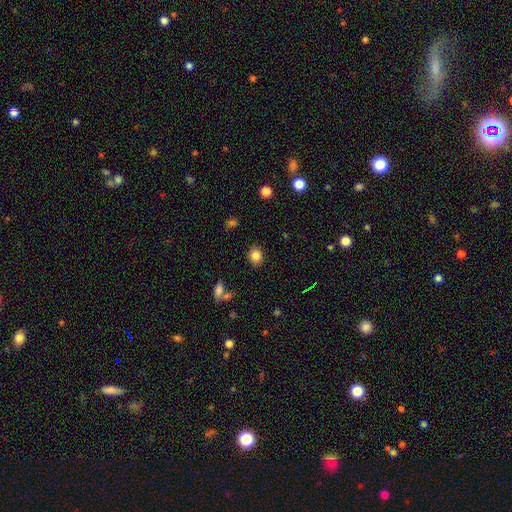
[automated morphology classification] A smooth galaxy with no disk features (84%) that is round (64%).

Vote fractions:
- Smooth or featured? smooth: 84% / star or artifact: 10% / featured or disk: 6%
- How rounded? round: 64% / in between: 35% / cigar-shaped: 1%
- Merging? none: 87% / minor disturbance: 9% / major disturbance: 3% / merger: 2%